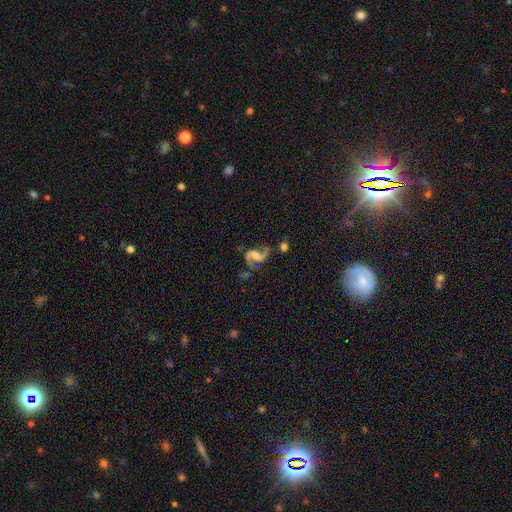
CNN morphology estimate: Smooth or featured? featured or disk (86%)
Edge-on disk? no (97%)
Bar? weak (46%)
Spiral arms? yes (96%)
Spiral winding? loose (65%)
Spiral arm count? 2 (92%)
Bulge size? moderate (44%)
Merging? none (58%)